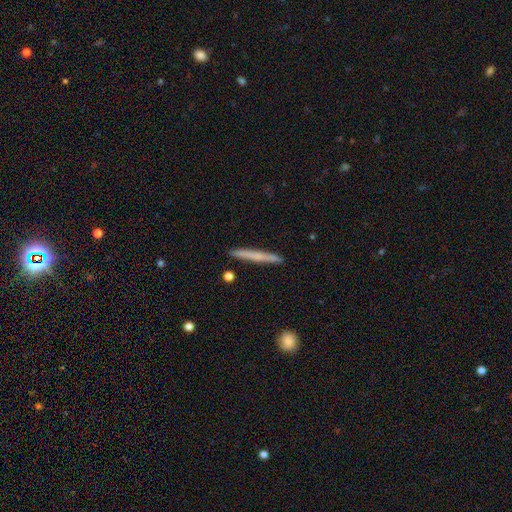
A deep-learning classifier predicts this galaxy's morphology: Smooth or featured? Predicted: smooth (p=0.60). How rounded? Predicted: cigar-shaped (p=0.97). Merging? Predicted: none (p=0.91).